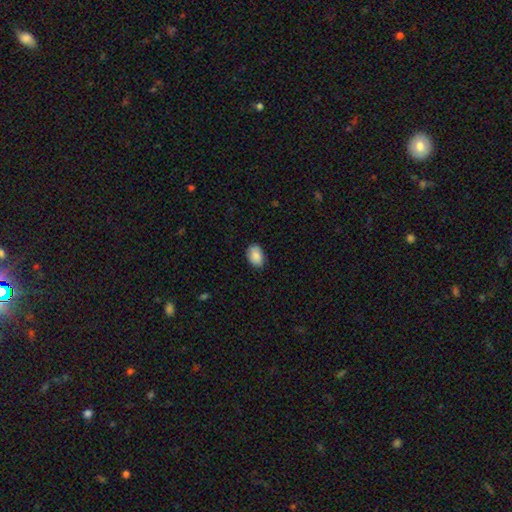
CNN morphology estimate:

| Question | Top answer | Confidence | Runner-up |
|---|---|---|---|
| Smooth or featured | smooth | 89% | star or artifact (7%) |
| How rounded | in between | 86% | round (13%) |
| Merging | none | 84% | minor disturbance (13%) |